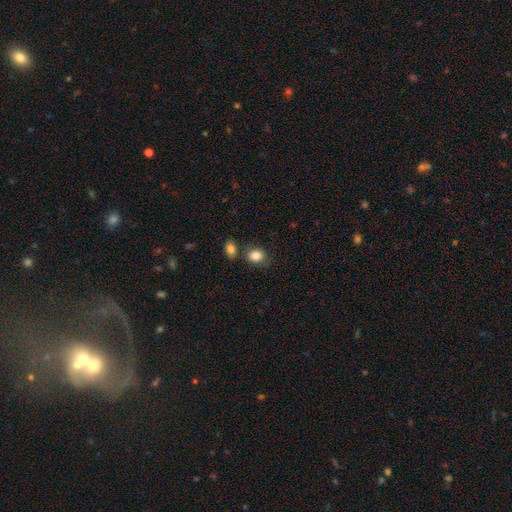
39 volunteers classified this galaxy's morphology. Smooth or featured? smooth (87%)
How rounded? in between (53%)
Merging? none (89%)